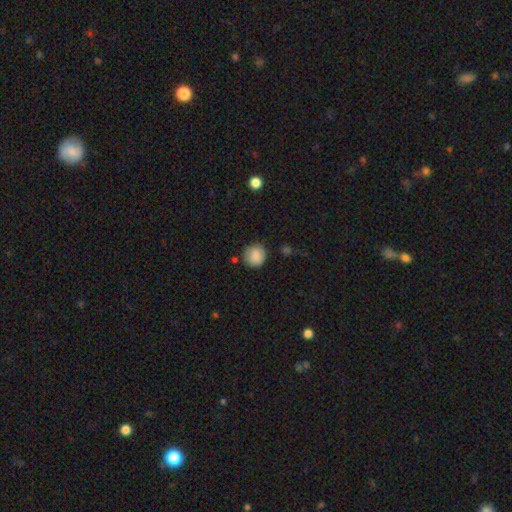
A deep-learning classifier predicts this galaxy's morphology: Smooth or featured: smooth — 87% (star or artifact — 8%)
How rounded: round — 90% (in between — 9%)
Merging: none — 79% (minor disturbance — 14%)